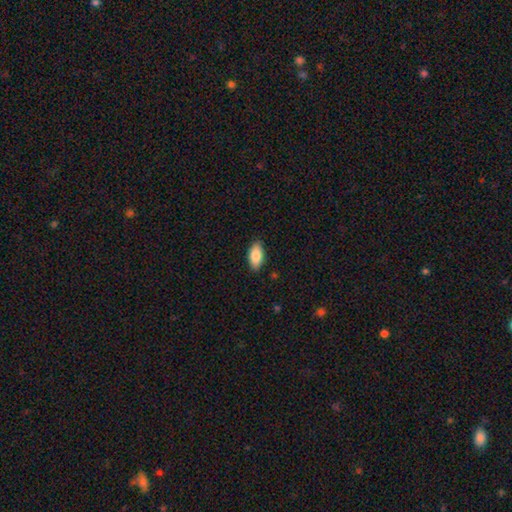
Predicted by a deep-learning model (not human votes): A smooth galaxy with no disk features (84%) that is in between round and cigar-shaped (92%). Merging: none (87%).